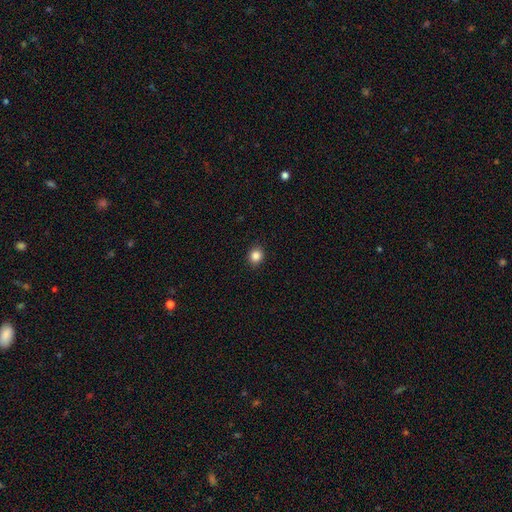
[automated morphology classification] smooth-or-featured: smooth: 85% | star or artifact: 11% | featured or disk: 4%
  how-rounded: round: 75% | in between: 24% | cigar-shaped: 1%
  merging: none: 91% | minor disturbance: 6% | major disturbance: 2% | merger: 1%